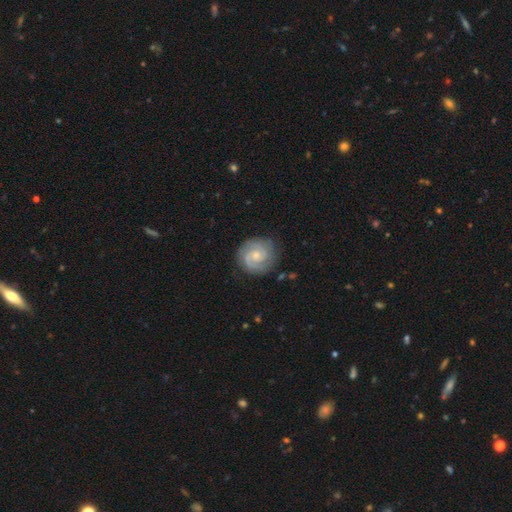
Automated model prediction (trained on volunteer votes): A featured or disk galaxy (85%) with no bar (63%), 2 (79%) tight (66%) spiral arms (98%) and a small central bulge (63%). Merging: none (84%).